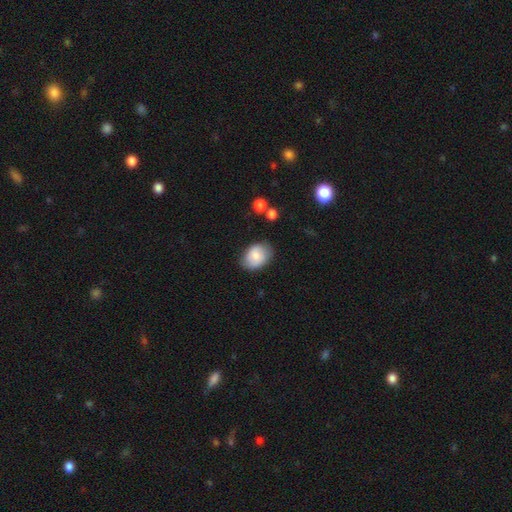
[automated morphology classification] Q: Smooth or featured?
A: smooth (76%); runner-up: featured or disk (17%)
Q: How rounded?
A: in between (69%); runner-up: round (30%)
Q: Merging?
A: none (76%); runner-up: minor disturbance (18%)